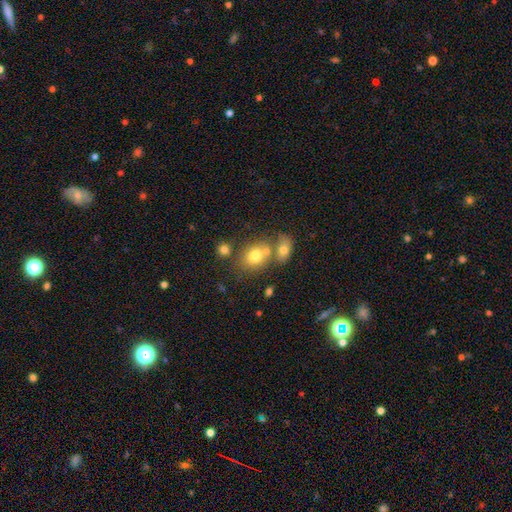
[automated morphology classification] Smooth or featured: smooth — 73% (featured or disk — 15%)
How rounded: in between — 57% (round — 42%)
Merging: none — 47% (merger — 38%)